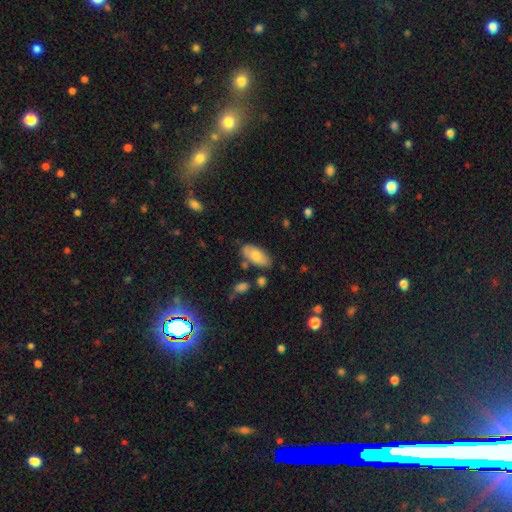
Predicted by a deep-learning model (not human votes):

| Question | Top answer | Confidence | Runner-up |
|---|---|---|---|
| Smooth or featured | smooth | 76% | featured or disk (17%) |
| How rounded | in between | 92% | cigar-shaped (5%) |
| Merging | none | 73% | minor disturbance (17%) |